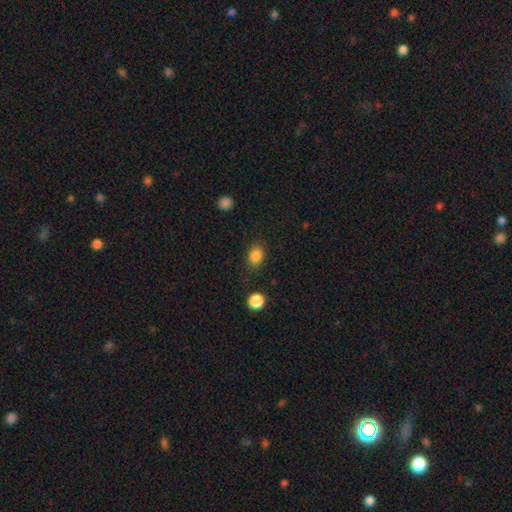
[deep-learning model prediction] Smooth or featured?
  - smooth: 85% *
  - star or artifact: 11%
  - featured or disk: 4%
How rounded?
  - in between: 53% *
  - round: 46%
  - cigar-shaped: 1%
Merging?
  - none: 81% *
  - minor disturbance: 12%
  - major disturbance: 4%
  - merger: 2%